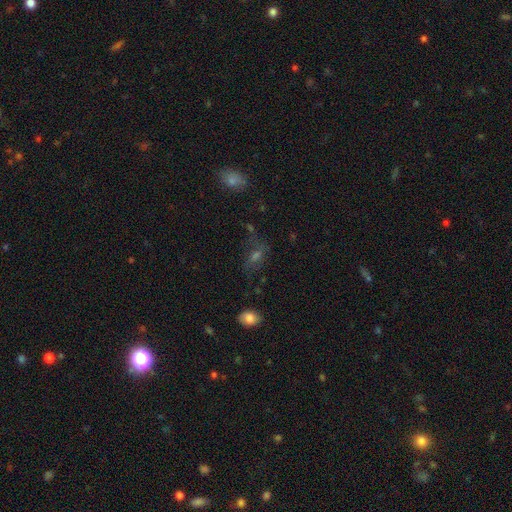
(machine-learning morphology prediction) Smooth or featured? smooth (37%)
Merging? none (61%)